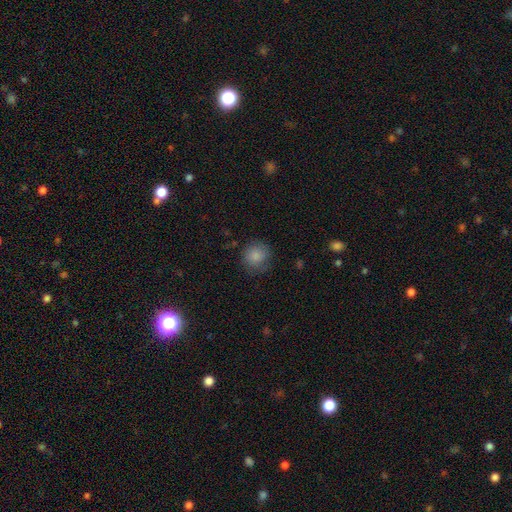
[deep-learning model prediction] Q: Smooth or featured?
A: smooth (86%); runner-up: star or artifact (9%)
Q: How rounded?
A: round (90%); runner-up: in between (9%)
Q: Merging?
A: none (79%); runner-up: minor disturbance (16%)